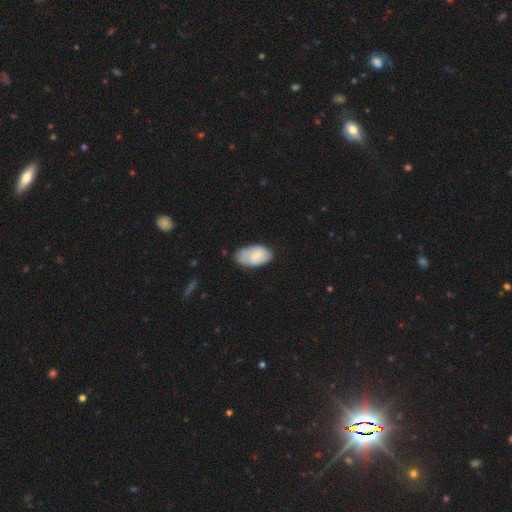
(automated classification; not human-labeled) Morphology: type=smooth (66%); roundness=in between (94%); merging=none (49%).